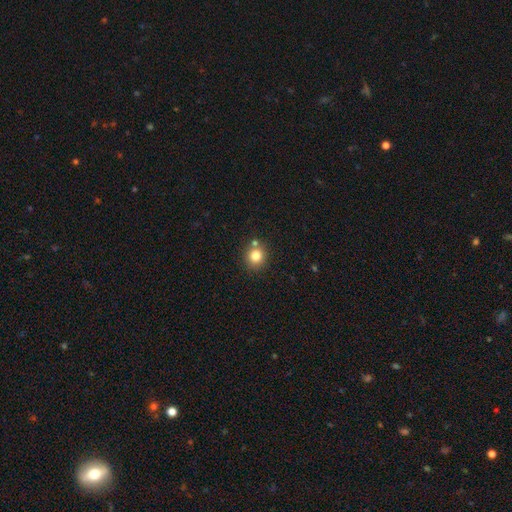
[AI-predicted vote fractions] smooth 80%, star or artifact 12%, featured or disk 8%. Down the decision tree: how rounded — round (87%); merging — none (76%).